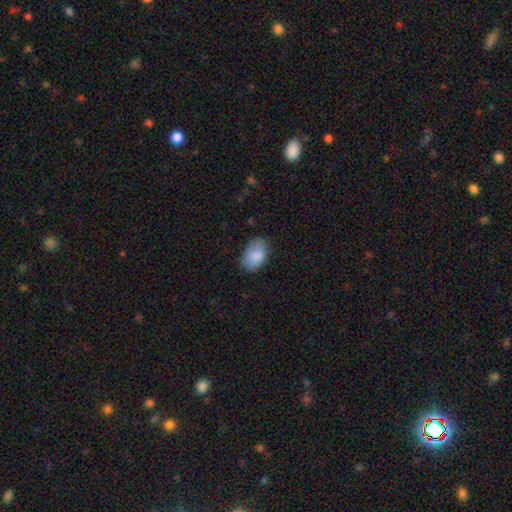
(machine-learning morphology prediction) Overall: smooth (84%). How rounded: in between (88%). Merging: none (69%).